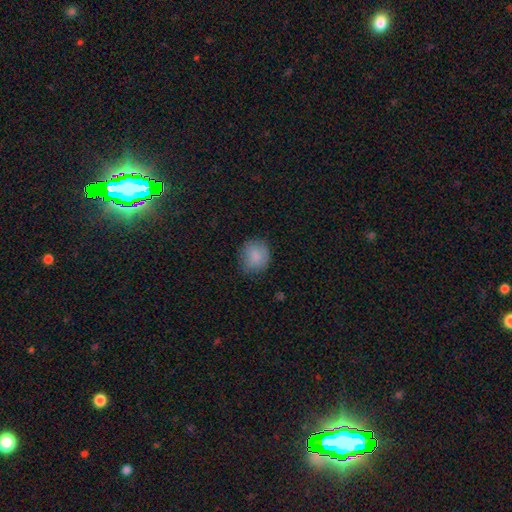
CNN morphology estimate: A smooth galaxy with no disk features (85%) that is round (76%). Merging: none (72%).